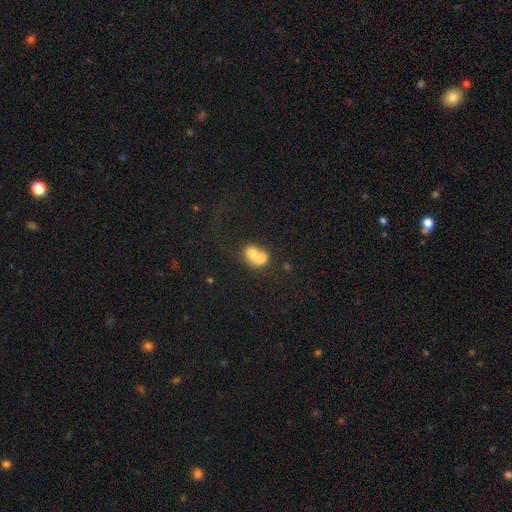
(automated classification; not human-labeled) The model was most divided on "how rounded": round: 50%, in between: 49%, cigar-shaped: 1%. More confident: merging — merger (73%); smooth or featured — smooth (66%).